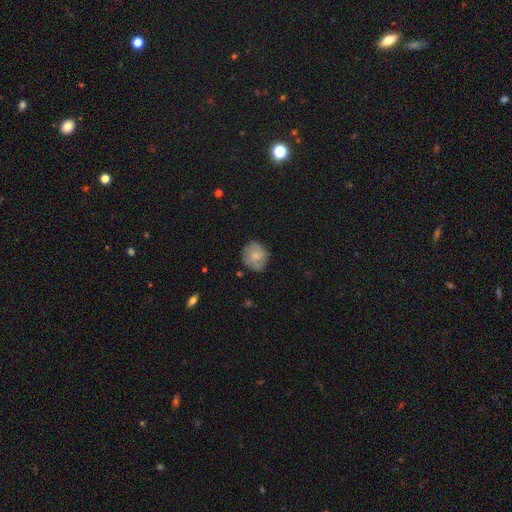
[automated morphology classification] A smooth galaxy with no disk features (68%) that is round (82%). Merging: none (75%).